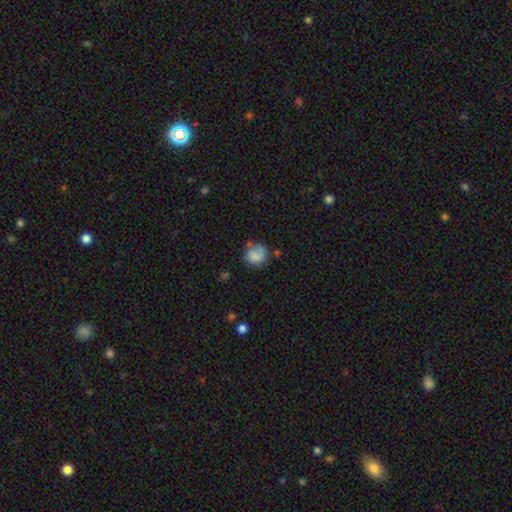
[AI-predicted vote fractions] Smooth or featured? smooth (66%)
How rounded? round (75%)
Merging? none (58%)